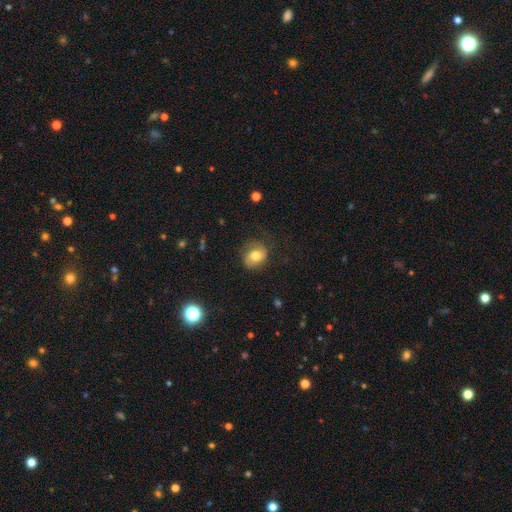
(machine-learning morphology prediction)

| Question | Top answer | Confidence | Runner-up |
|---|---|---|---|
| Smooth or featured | smooth | 68% | featured or disk (23%) |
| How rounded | round | 63% | in between (36%) |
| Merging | none | 69% | minor disturbance (20%) |